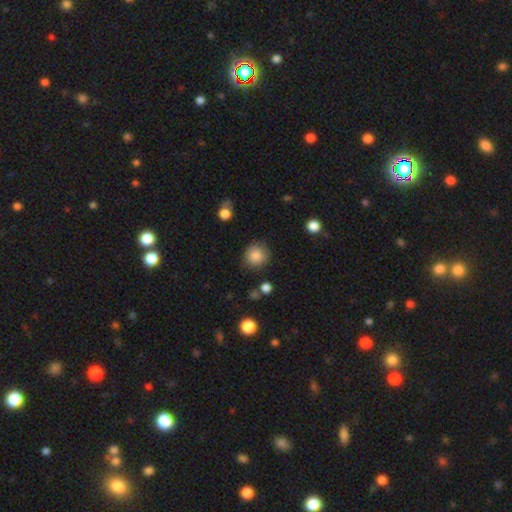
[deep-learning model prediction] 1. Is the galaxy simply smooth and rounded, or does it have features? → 85% smooth, 9% star or artifact, 6% featured or disk.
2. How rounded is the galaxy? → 91% round, 8% in between, 1% cigar-shaped.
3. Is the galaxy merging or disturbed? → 82% none, 12% minor disturbance, 4% major disturbance, 3% merger.